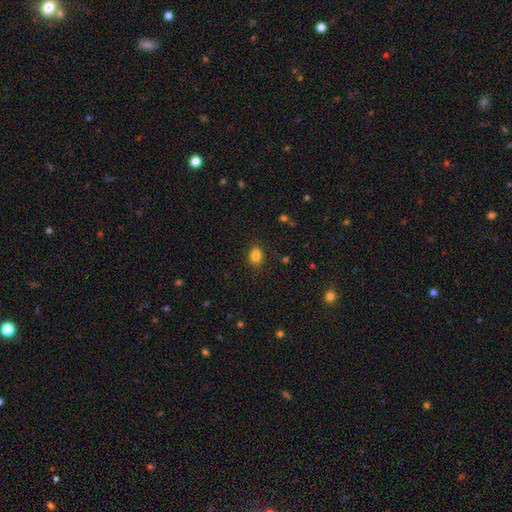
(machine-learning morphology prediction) Smooth or featured? Predicted: smooth (p=0.82). How rounded? Predicted: in between (p=0.72). Merging? Predicted: none (p=0.78).